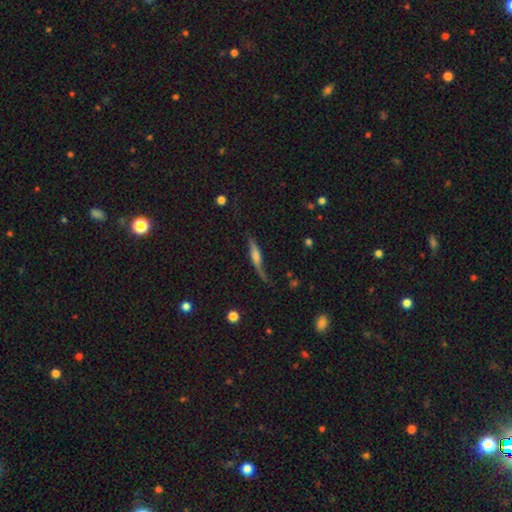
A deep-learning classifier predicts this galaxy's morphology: featured or disk 57%, smooth 35%, star or artifact 8%. Down the decision tree: edge-on disk — yes (76%); merging — none (54%).